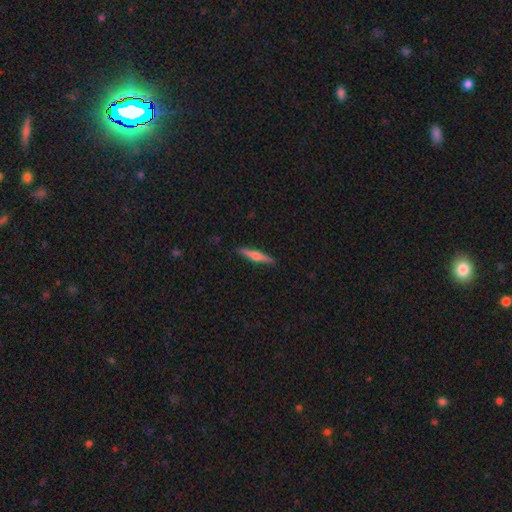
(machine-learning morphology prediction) A featured or disk galaxy (50%). Merging: none (90%).